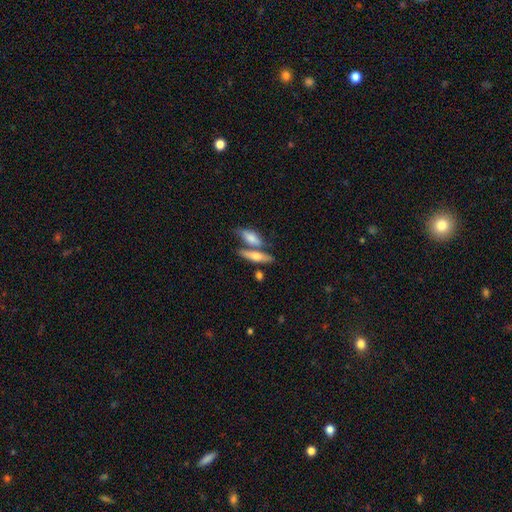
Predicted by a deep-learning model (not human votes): smooth-or-featured: smooth: 56% | featured or disk: 38% | star or artifact: 6%
  how-rounded: cigar-shaped: 61% | in between: 35% | round: 4%
  merging: none: 53% | merger: 33% | minor disturbance: 10% | major disturbance: 4%